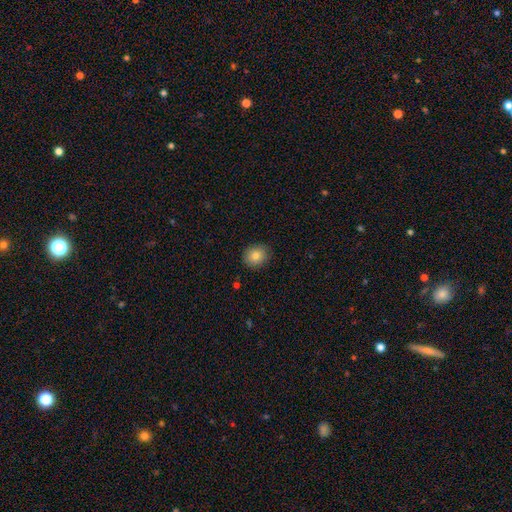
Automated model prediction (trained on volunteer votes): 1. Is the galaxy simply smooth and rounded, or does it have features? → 83% smooth, 9% star or artifact, 8% featured or disk.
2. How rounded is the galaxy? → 74% round, 25% in between, 1% cigar-shaped.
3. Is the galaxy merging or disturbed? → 88% none, 9% minor disturbance, 2% major disturbance, 1% merger.